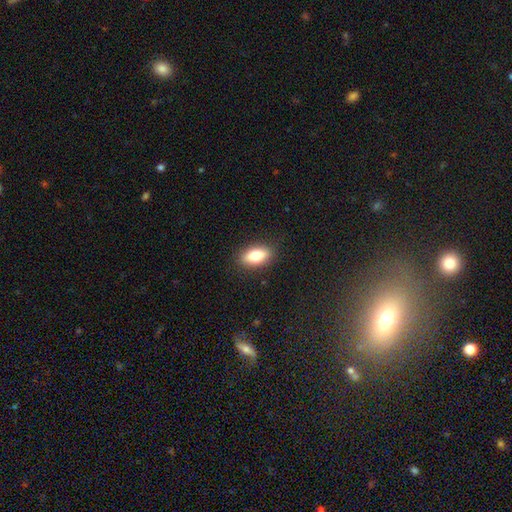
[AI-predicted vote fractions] The model was most divided on "smooth or featured": smooth: 76%, featured or disk: 16%, star or artifact: 8%. More confident: merging — none (88%); how rounded — in between (83%).